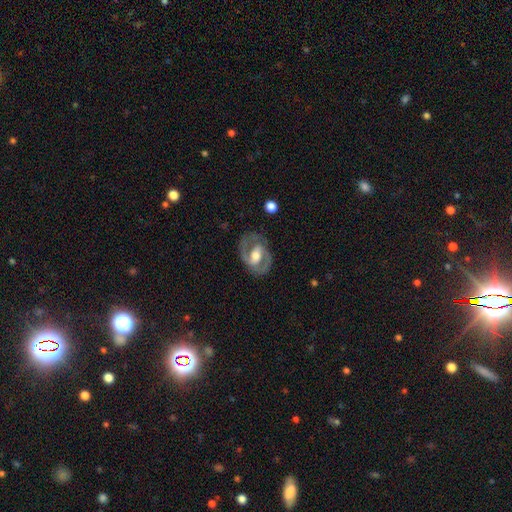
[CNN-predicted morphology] type=featured or disk (78%); edge-on=no (96%); bar=weak (42%); spiral arms=yes (80%); winding=medium (52%); arm count=2 (85%); bulge=moderate (60%); merging=none (75%).